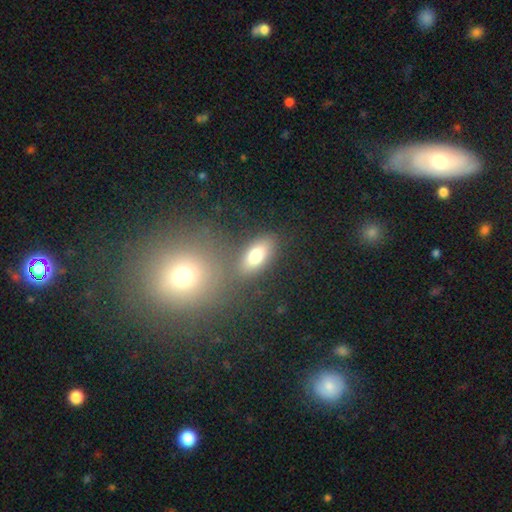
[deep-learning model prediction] Overall: smooth (76%). How rounded: in between (84%). Merging: none (73%).